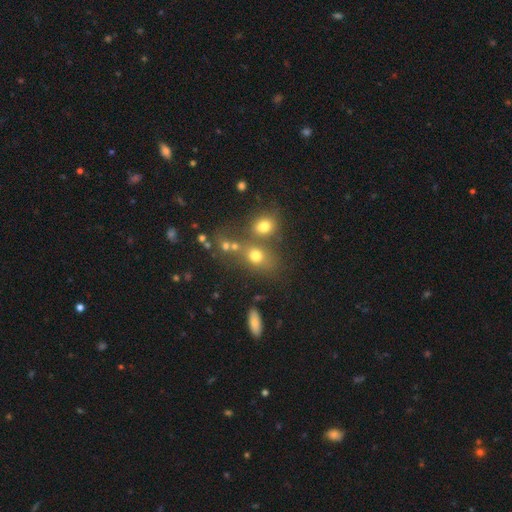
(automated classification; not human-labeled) Smooth or featured?
  - smooth: 70% *
  - star or artifact: 17%
  - featured or disk: 13%
How rounded?
  - round: 52% *
  - in between: 46%
  - cigar-shaped: 2%
Merging?
  - none: 50% *
  - merger: 32%
  - minor disturbance: 12%
  - major disturbance: 7%